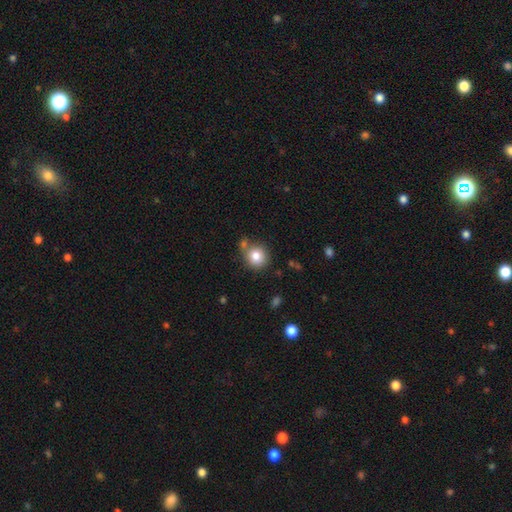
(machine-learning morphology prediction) The model was most divided on "merging": none: 69%, merger: 15%, minor disturbance: 12%, major disturbance: 4%. More confident: how rounded — round (87%); smooth or featured — smooth (81%).